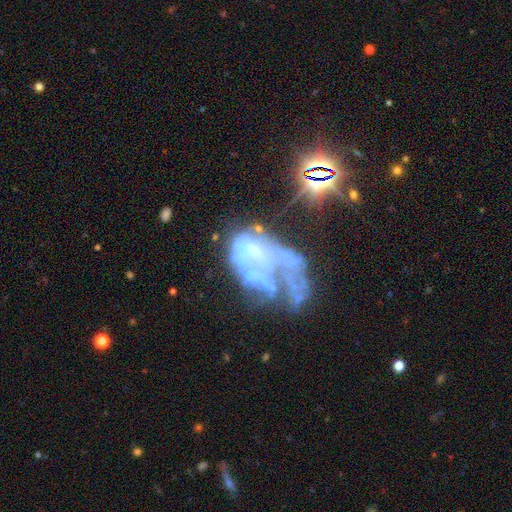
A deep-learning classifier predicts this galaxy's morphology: smooth_or_featured: featured or disk (p=0.64) [alt: star or artifact p=0.22]
disk_edge_on: no (p=0.98) [alt: yes p=0.02]
bar: no (p=0.87) [alt: weak p=0.09]
has_spiral_arms: no (p=0.84) [alt: yes p=0.16]
bulge_size: none (p=0.61) [alt: small p=0.22]
merging: major disturbance (p=0.42) [alt: merger p=0.23]